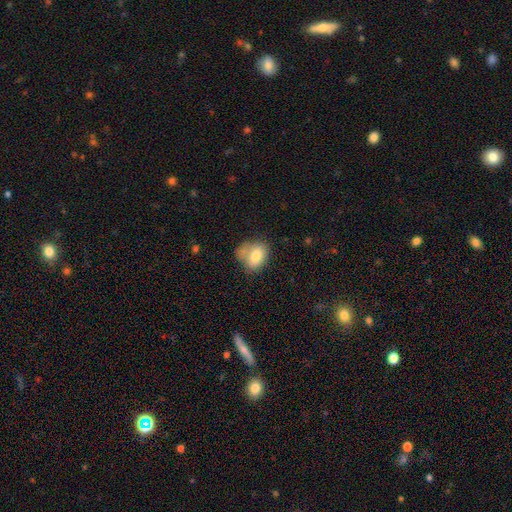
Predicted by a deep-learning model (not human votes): Q: Smooth or featured?
A: smooth (77%); runner-up: featured or disk (15%)
Q: How rounded?
A: in between (63%); runner-up: round (36%)
Q: Merging?
A: none (41%); runner-up: minor disturbance (26%)